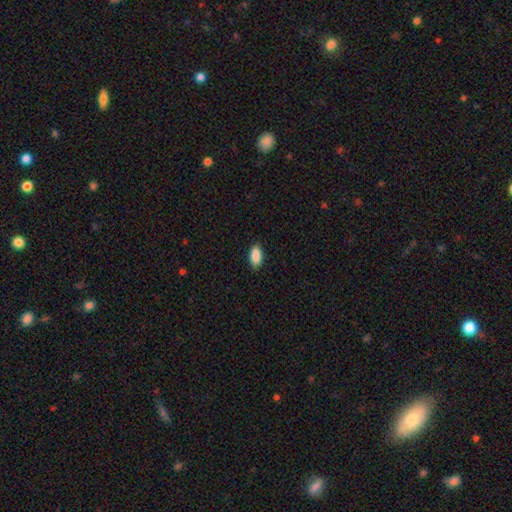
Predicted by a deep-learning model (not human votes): The model was most divided on "merging": none: 89%, minor disturbance: 8%, major disturbance: 2%, merger: 1%. More confident: how rounded — in between (90%); smooth or featured — smooth (90%).